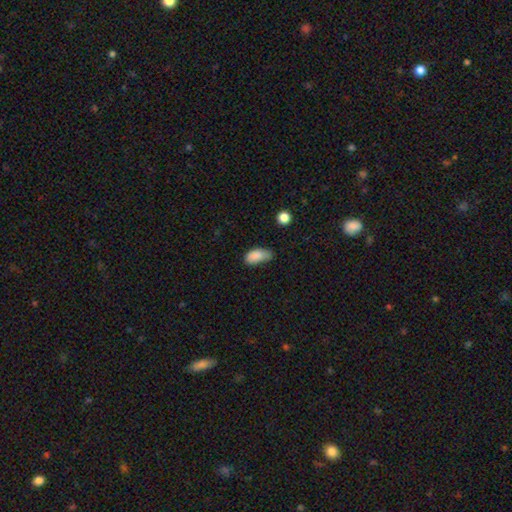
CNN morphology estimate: Smooth or featured: smooth — 86% (star or artifact — 8%)
How rounded: in between — 92% (cigar-shaped — 4%)
Merging: none — 45% (minor disturbance — 42%)